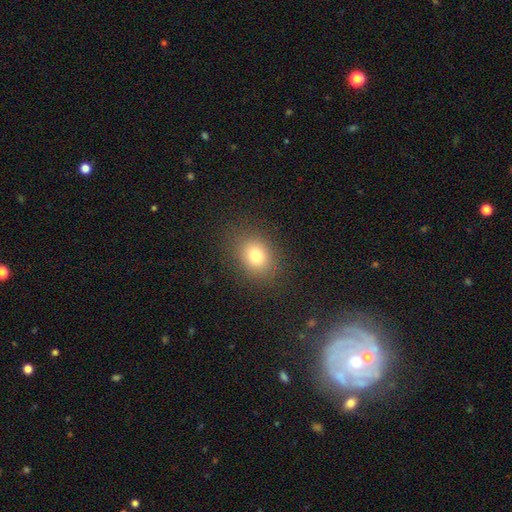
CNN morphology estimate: Smooth or featured: smooth — 78% (star or artifact — 13%)
How rounded: round — 50% (in between — 49%)
Merging: none — 85% (minor disturbance — 9%)